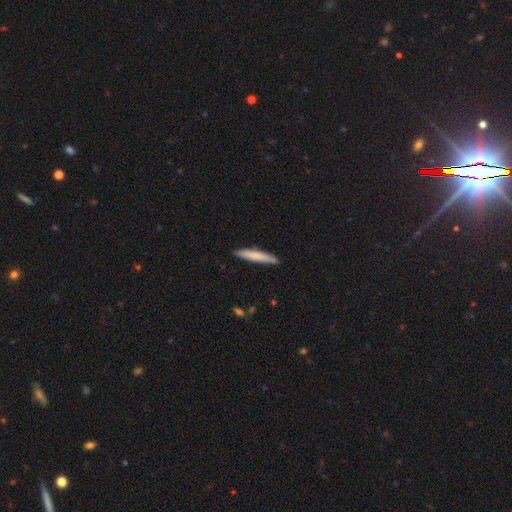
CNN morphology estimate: Smooth or featured: smooth — 74% (featured or disk — 20%)
How rounded: cigar-shaped — 94% (in between — 5%)
Merging: none — 86% (minor disturbance — 10%)